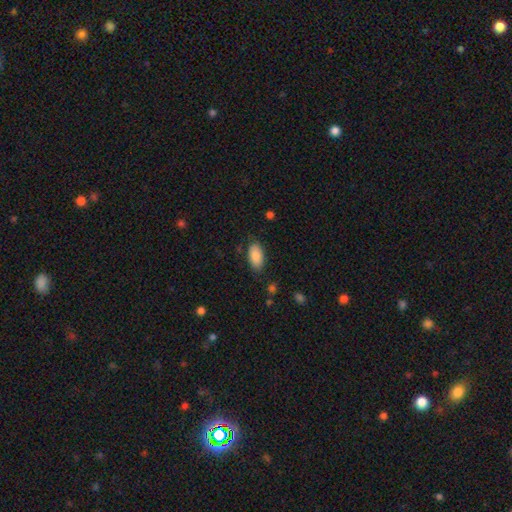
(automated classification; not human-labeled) This is clearly a smooth galaxy (87%). How rounded: clearly in between (94%). Merging: likely none (78%).